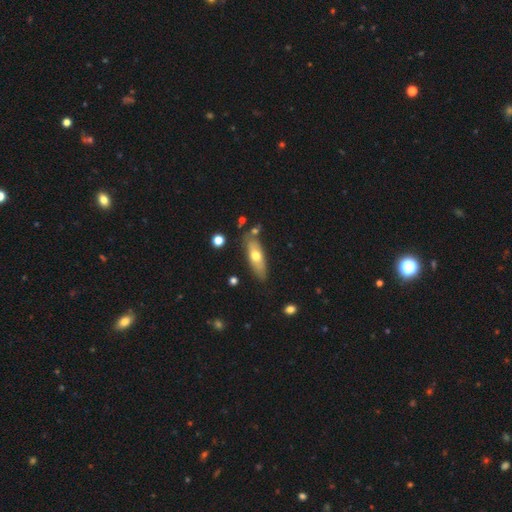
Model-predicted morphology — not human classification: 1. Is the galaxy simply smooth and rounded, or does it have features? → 55% smooth, 39% featured or disk, 6% star or artifact.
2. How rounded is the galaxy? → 54% in between, 44% cigar-shaped, 3% round.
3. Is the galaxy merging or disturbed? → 75% none, 16% minor disturbance, 5% merger, 4% major disturbance.